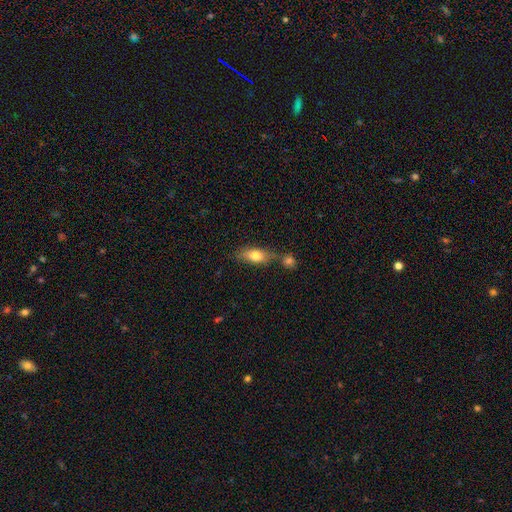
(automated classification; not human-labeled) Smooth or featured: smooth — 72% (featured or disk — 21%)
How rounded: in between — 76% (cigar-shaped — 19%)
Merging: none — 55% (merger — 24%)